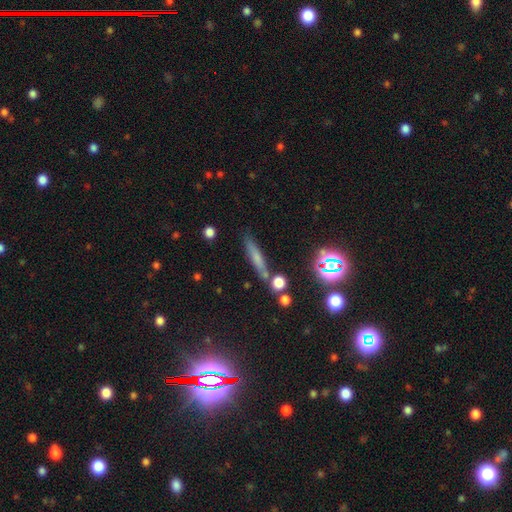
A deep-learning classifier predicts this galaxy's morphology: Smooth or featured? smooth (54%)
How rounded? cigar-shaped (82%)
Merging? none (79%)